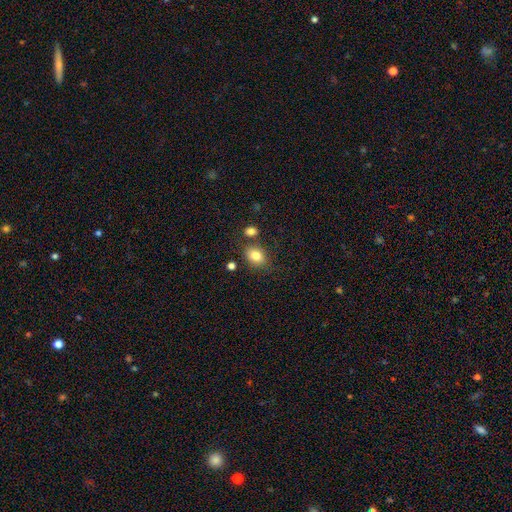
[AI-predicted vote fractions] This is clearly a smooth galaxy (82%). How rounded: likely in between (66%). Merging: likely none (72%).